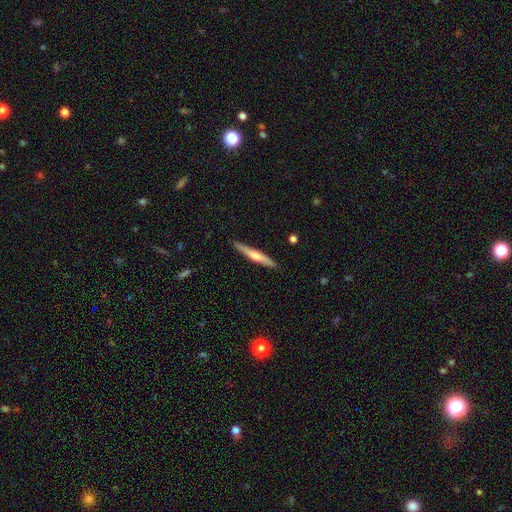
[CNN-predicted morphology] Q: Smooth or featured?
A: smooth (52%); runner-up: featured or disk (43%)
Q: How rounded?
A: cigar-shaped (94%); runner-up: in between (4%)
Q: Merging?
A: none (87%); runner-up: minor disturbance (10%)